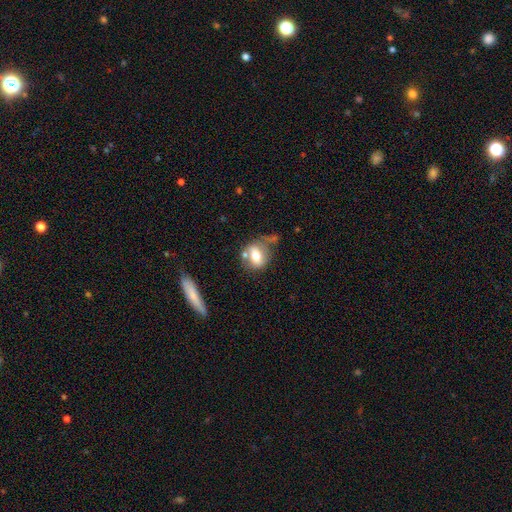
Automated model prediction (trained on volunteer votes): smooth 63%, featured or disk 28%, star or artifact 9%. Down the decision tree: how rounded — in between (53%); merging — none (49%).